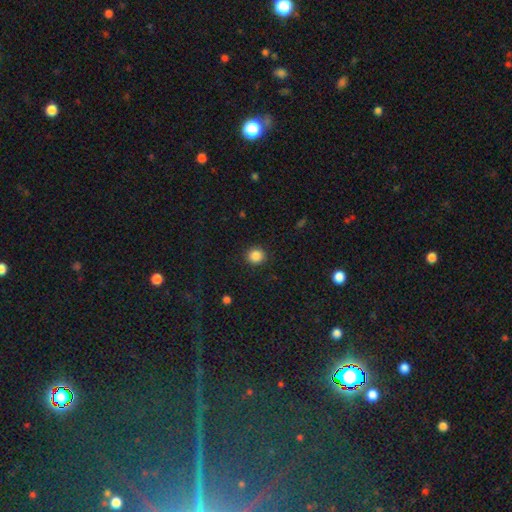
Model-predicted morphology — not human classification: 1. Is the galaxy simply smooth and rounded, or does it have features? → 86% smooth, 10% star or artifact, 3% featured or disk.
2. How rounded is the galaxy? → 89% round, 10% in between, 1% cigar-shaped.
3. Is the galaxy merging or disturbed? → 91% none, 6% minor disturbance, 2% major disturbance, 1% merger.